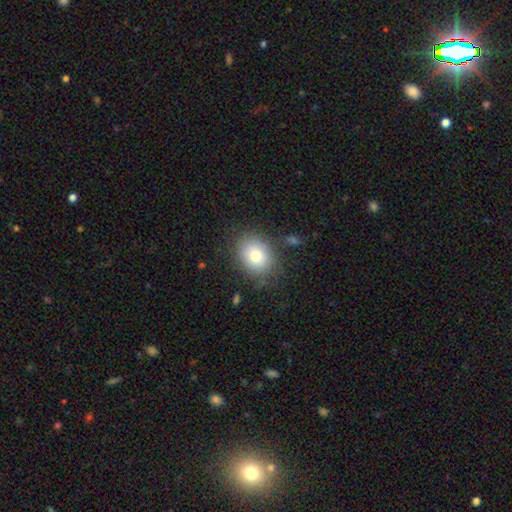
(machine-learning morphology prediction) The model was most divided on "how rounded": round: 53%, in between: 46%, cigar-shaped: 1%. More confident: merging — none (78%); smooth or featured — smooth (73%).